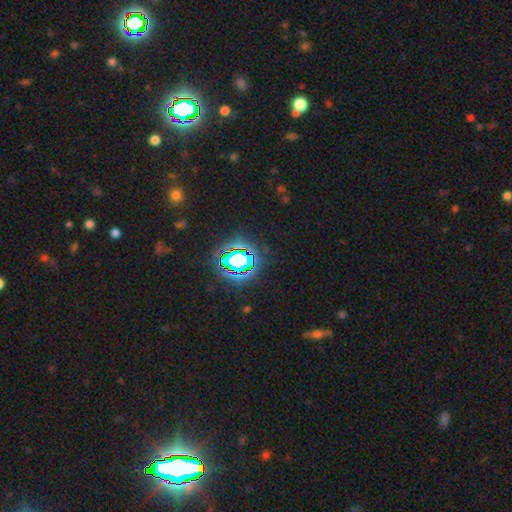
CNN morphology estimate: This is clearly a star or artifact rather than a galaxy (80%).